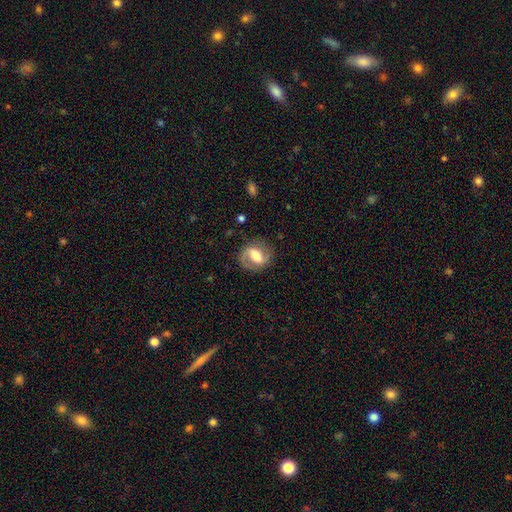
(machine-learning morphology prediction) featured or disk 76%, smooth 19%, star or artifact 6%. Down the decision tree: edge-on disk — no (97%); bar — weak (45%); spiral arms — yes (90%); spiral arm count — 2 (89%); spiral winding — medium (50%); bulge size — moderate (49%); merging — none (80%).